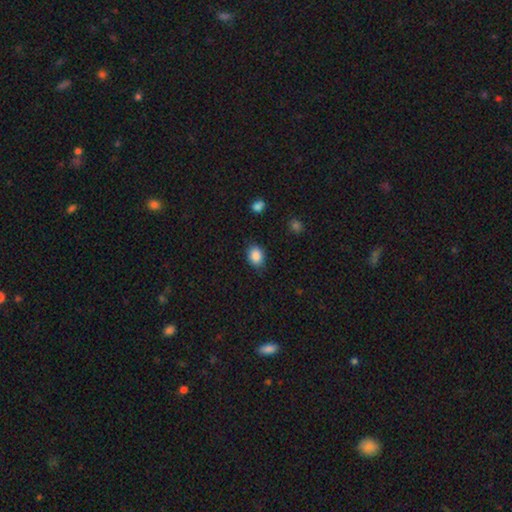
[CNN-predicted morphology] smooth 87%, star or artifact 9%, featured or disk 4%. Down the decision tree: how rounded — in between (66%); merging — none (82%).